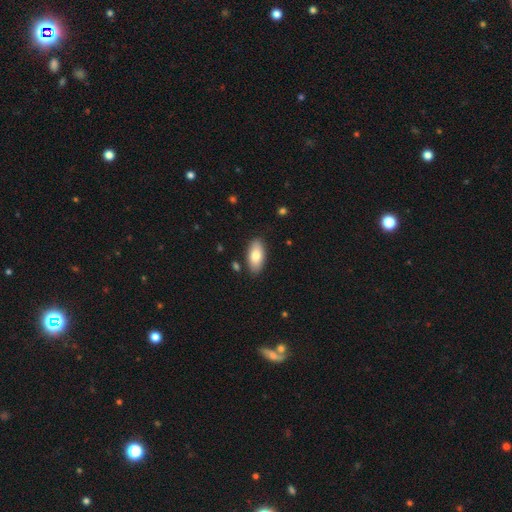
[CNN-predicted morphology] Smooth or featured? smooth (79%)
How rounded? in between (92%)
Merging? none (86%)